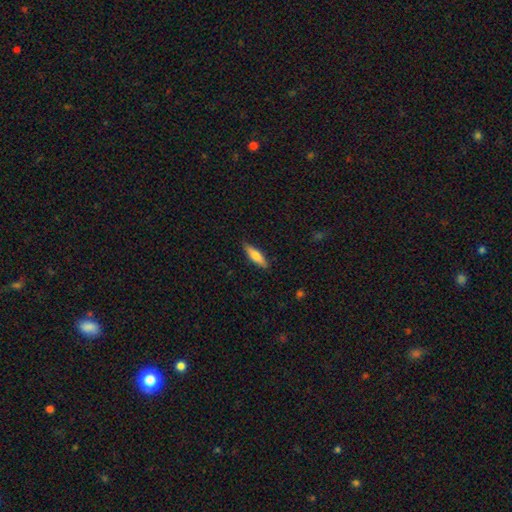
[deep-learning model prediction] This is likely a smooth galaxy (67%). How rounded: likely cigar-shaped (63%). Merging: clearly none (88%).